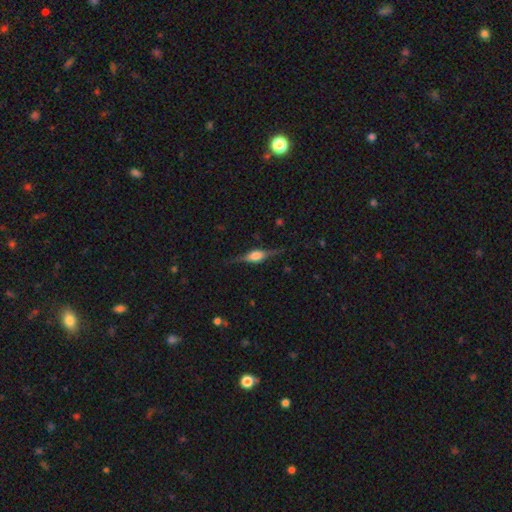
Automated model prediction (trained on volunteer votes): A featured or disk galaxy (72%) viewed edge-on (96%) with a rounded central bulge (85%).

Vote fractions:
- Smooth or featured? featured or disk: 72% / smooth: 21% / star or artifact: 7%
- Edge-on disk? yes: 96% / no: 4%
- Edge-on bulge? rounded: 85% / boxy: 13% / none: 2%
- Merging? none: 81% / minor disturbance: 13% / major disturbance: 4% / merger: 1%